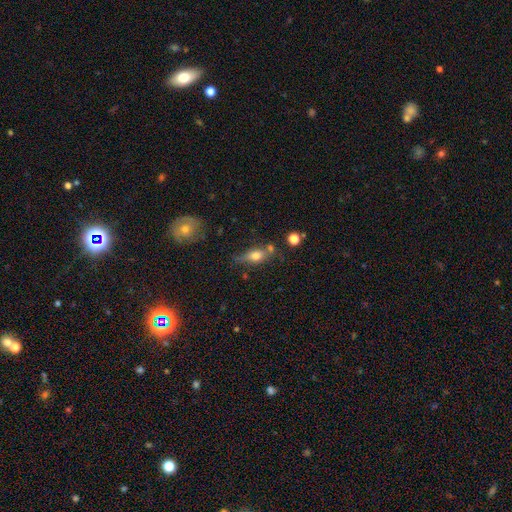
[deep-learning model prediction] Smooth or featured?
  - smooth: 57% *
  - featured or disk: 33%
  - star or artifact: 10%
How rounded?
  - in between: 62% *
  - cigar-shaped: 26%
  - round: 13%
Merging?
  - none: 54% *
  - minor disturbance: 23%
  - merger: 15%
  - major disturbance: 9%